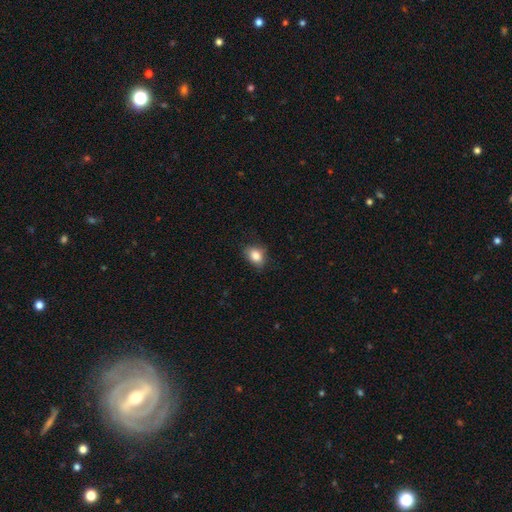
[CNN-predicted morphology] type=smooth (84%); roundness=in between (69%); merging=none (74%).